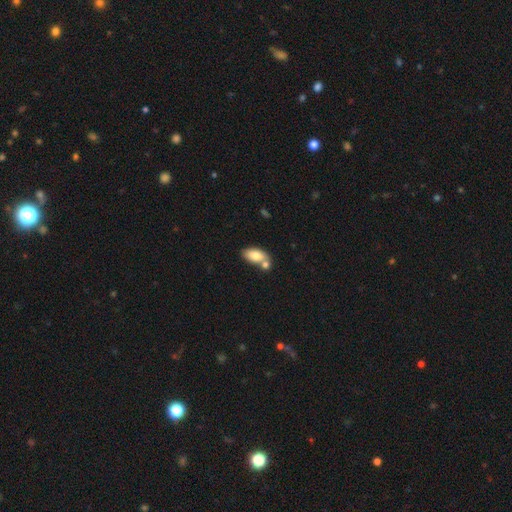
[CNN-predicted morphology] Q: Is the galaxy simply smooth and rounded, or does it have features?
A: smooth — 77%.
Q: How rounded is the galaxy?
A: in between — 91%.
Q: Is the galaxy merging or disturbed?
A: none — 47%.